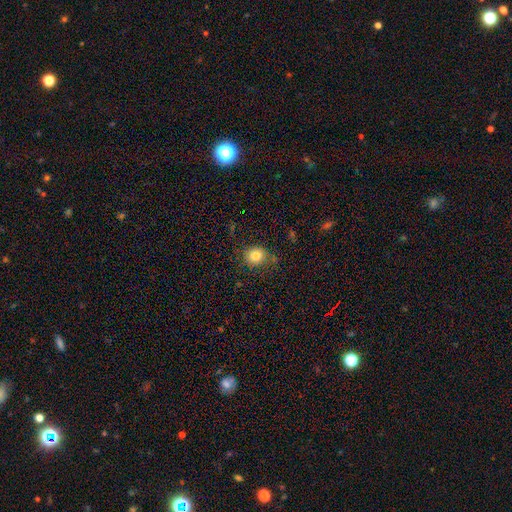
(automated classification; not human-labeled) Smooth or featured? Predicted: smooth (p=0.82). How rounded? Predicted: round (p=0.78). Merging? Predicted: none (p=0.79).